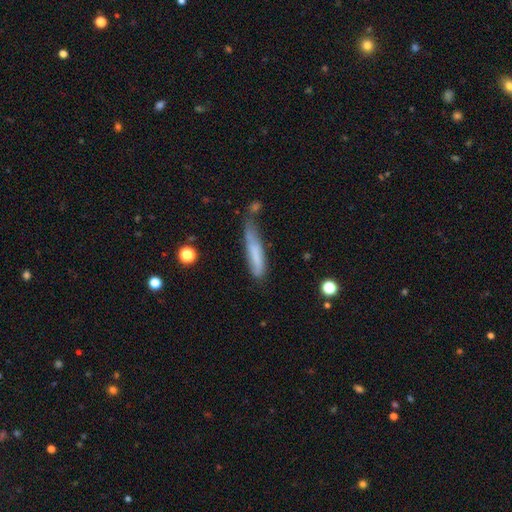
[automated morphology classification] Smooth or featured? Predicted: smooth (p=0.68). How rounded? Predicted: cigar-shaped (p=0.85). Merging? Predicted: none (p=0.39).